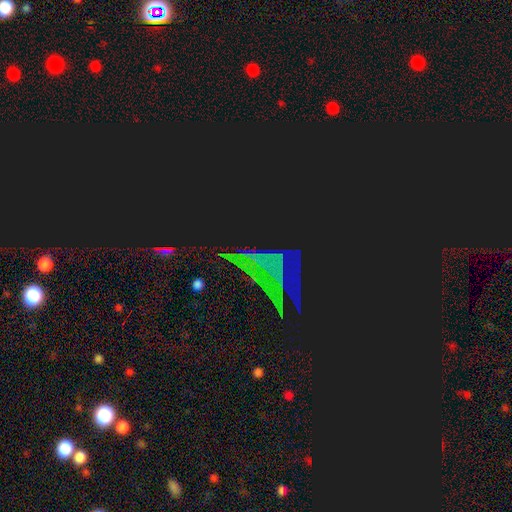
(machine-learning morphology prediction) Smooth or featured? Predicted: star or artifact (p=0.72).